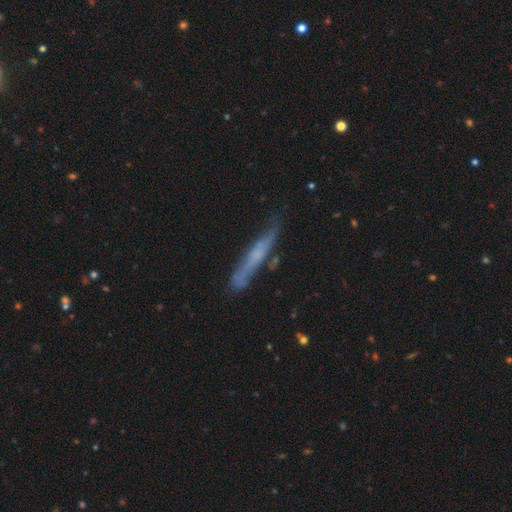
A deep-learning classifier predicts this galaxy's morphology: This appears to be a featured or disk galaxy (52%) viewed edge-on (86%). Merging: none (71%).